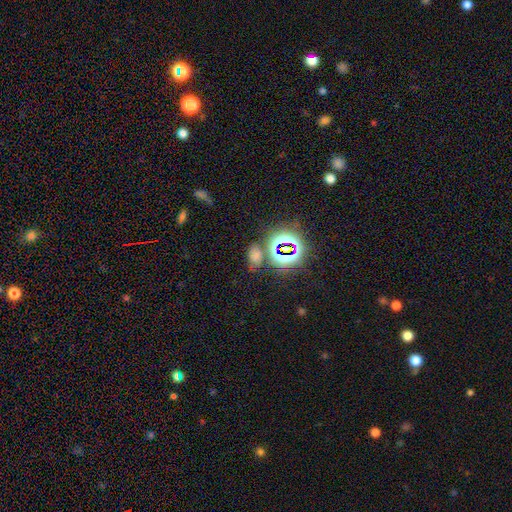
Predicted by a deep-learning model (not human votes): Smooth or featured: smooth — 49% (star or artifact — 42%)
Merging: none — 62% (merger — 16%)